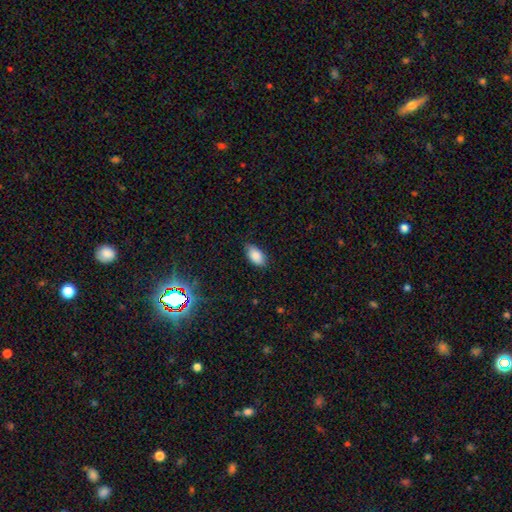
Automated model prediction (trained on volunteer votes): Smooth or featured? Predicted: smooth (p=0.87). How rounded? Predicted: in between (p=0.94). Merging? Predicted: none (p=0.79).